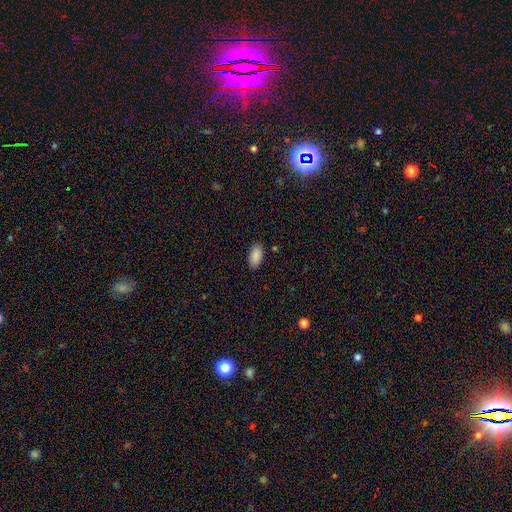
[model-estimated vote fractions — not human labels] Smooth or featured? Predicted: smooth (p=0.89). How rounded? Predicted: in between (p=0.93). Merging? Predicted: none (p=0.88).